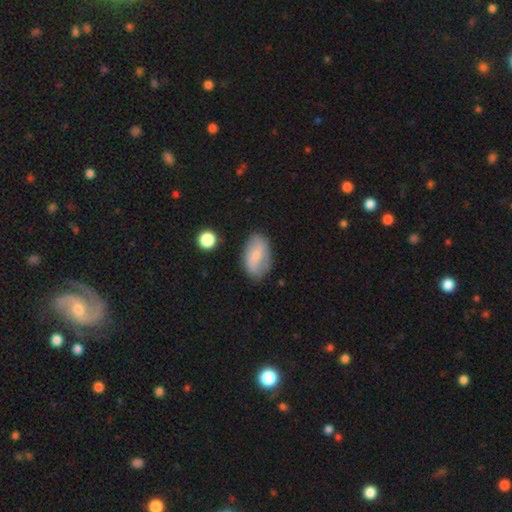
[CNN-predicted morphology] smooth-or-featured: smooth: 58% | featured or disk: 35% | star or artifact: 7%
  how-rounded: in between: 90% | round: 8% | cigar-shaped: 2%
  merging: none: 75% | minor disturbance: 18% | major disturbance: 4% | merger: 2%